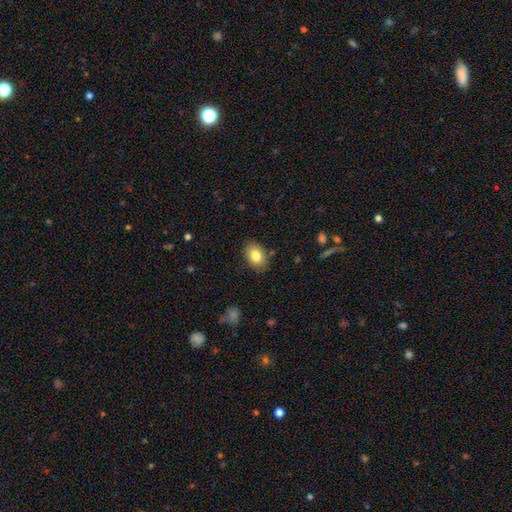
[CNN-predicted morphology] Smooth or featured? Predicted: smooth (p=0.82). How rounded? Predicted: in between (p=0.82). Merging? Predicted: none (p=0.84).